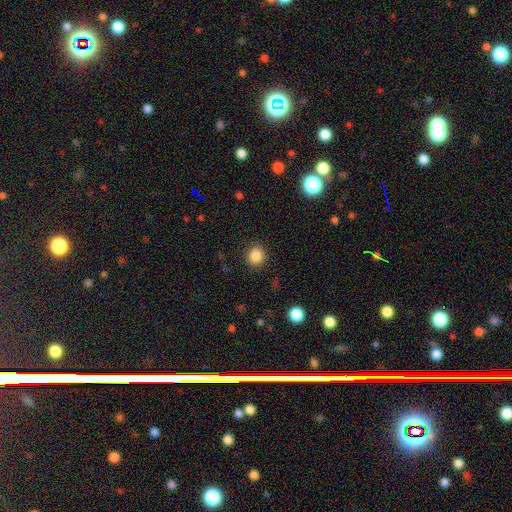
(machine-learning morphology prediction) type=smooth (86%); roundness=round (84%); merging=none (90%).